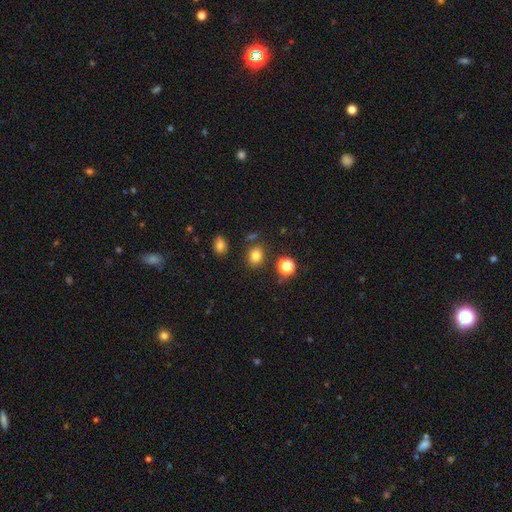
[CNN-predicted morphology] A smooth galaxy with no disk features (79%) that is round (61%).

Vote fractions:
- Smooth or featured? smooth: 79% / star or artifact: 14% / featured or disk: 6%
- How rounded? round: 61% / in between: 38% / cigar-shaped: 1%
- Merging? none: 82% / minor disturbance: 9% / merger: 5% / major disturbance: 3%